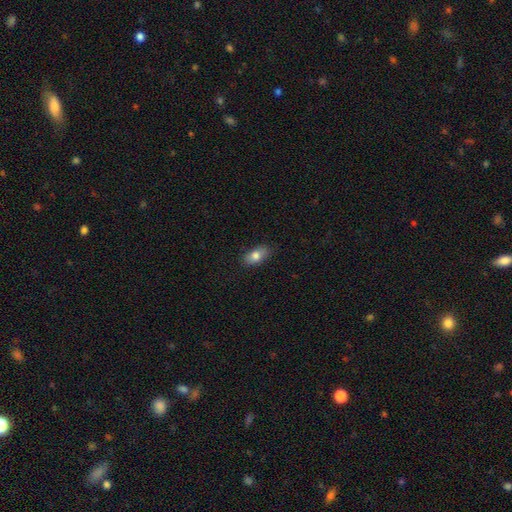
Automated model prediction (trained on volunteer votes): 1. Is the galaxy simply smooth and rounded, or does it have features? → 80% smooth, 13% featured or disk, 7% star or artifact.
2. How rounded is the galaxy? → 89% in between, 7% round, 5% cigar-shaped.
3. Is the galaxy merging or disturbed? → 82% none, 14% minor disturbance, 3% major disturbance, 1% merger.